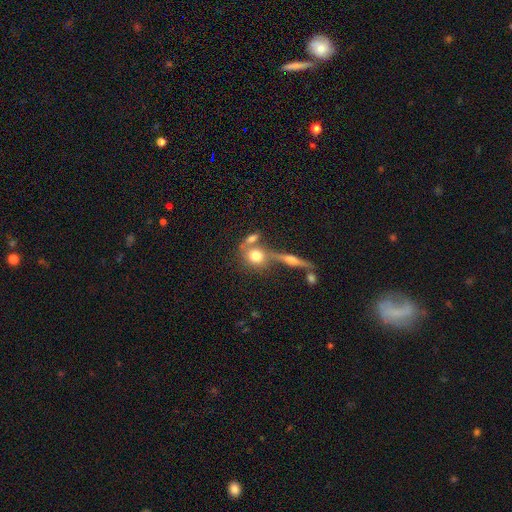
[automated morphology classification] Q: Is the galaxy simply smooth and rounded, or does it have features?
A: smooth — 68%.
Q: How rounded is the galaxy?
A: round — 67%.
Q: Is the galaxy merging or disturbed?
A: none — 47%.